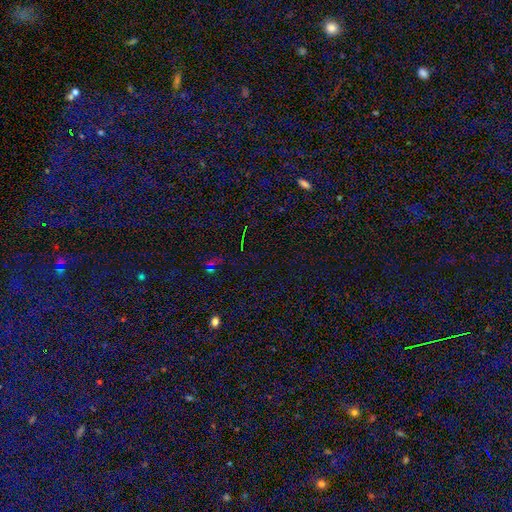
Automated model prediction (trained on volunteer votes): The model was most divided on "smooth or featured": star or artifact: 72%, smooth: 18%, featured or disk: 10%.